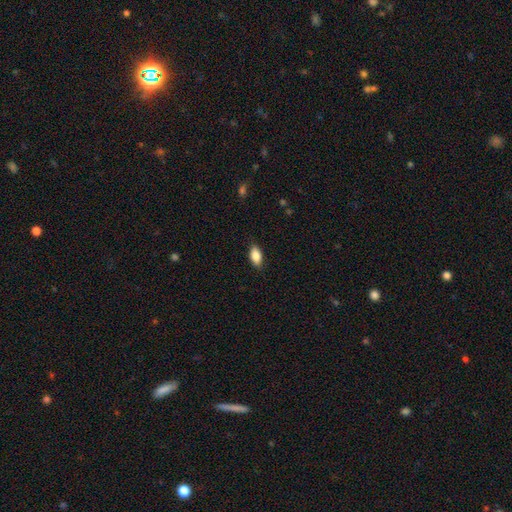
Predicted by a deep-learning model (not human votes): Smooth or featured? smooth (86%)
How rounded? in between (91%)
Merging? none (87%)